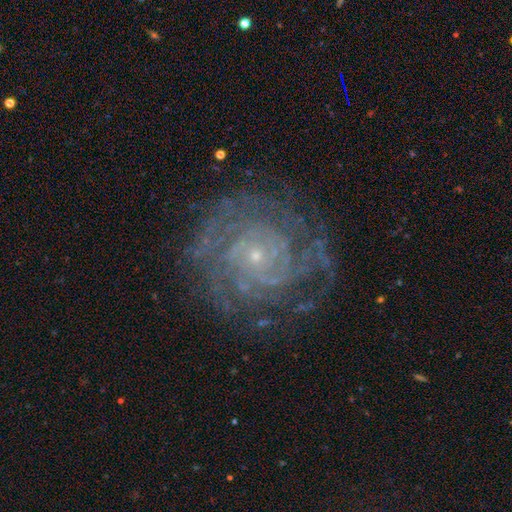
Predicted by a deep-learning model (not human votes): smooth_or_featured: featured or disk (p=0.86) [alt: star or artifact p=0.08]
disk_edge_on: no (p=0.98) [alt: yes p=0.02]
bar: no (p=0.79) [alt: weak p=0.16]
has_spiral_arms: yes (p=0.96) [alt: no p=0.04]
spiral_winding: tight (p=0.77) [alt: medium p=0.19]
spiral_arm_count: can't tell (p=0.31) [alt: 4 p=0.18]
bulge_size: small (p=0.86) [alt: moderate p=0.09]
merging: none (p=0.76) [alt: minor disturbance p=0.15]